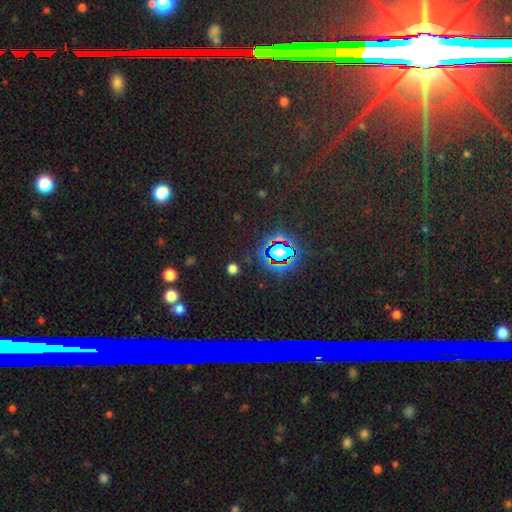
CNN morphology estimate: smooth_or_featured: star or artifact (p=0.79) [alt: smooth p=0.12]